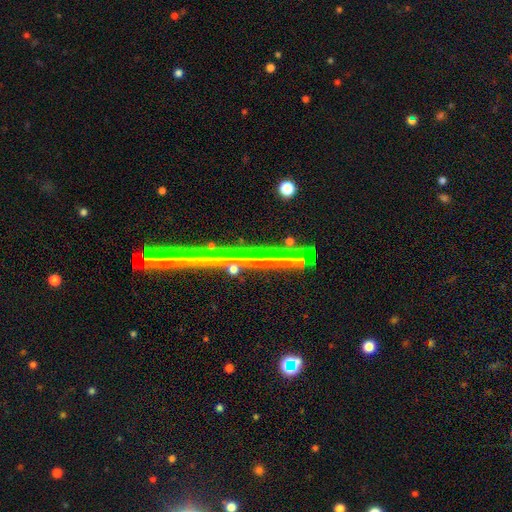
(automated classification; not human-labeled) smooth_or_featured: featured or disk (p=0.41) [alt: star or artifact p=0.38]
merging: none (p=0.85) [alt: minor disturbance p=0.09]